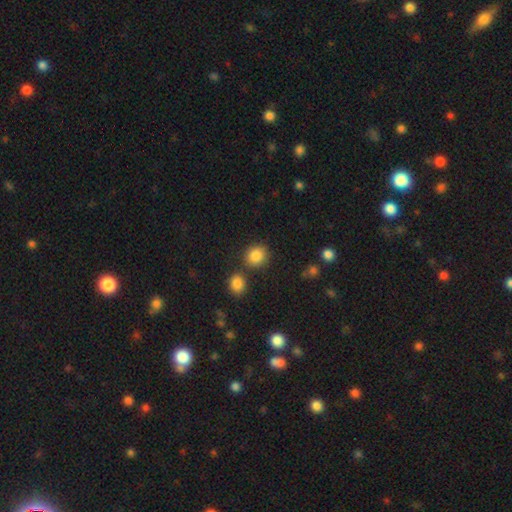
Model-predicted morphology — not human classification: A smooth galaxy with no disk features (86%) that is round (79%).

Vote fractions:
- Smooth or featured? smooth: 86% / star or artifact: 10% / featured or disk: 5%
- How rounded? round: 79% / in between: 20% / cigar-shaped: 1%
- Merging? none: 76% / merger: 11% / minor disturbance: 10% / major disturbance: 3%